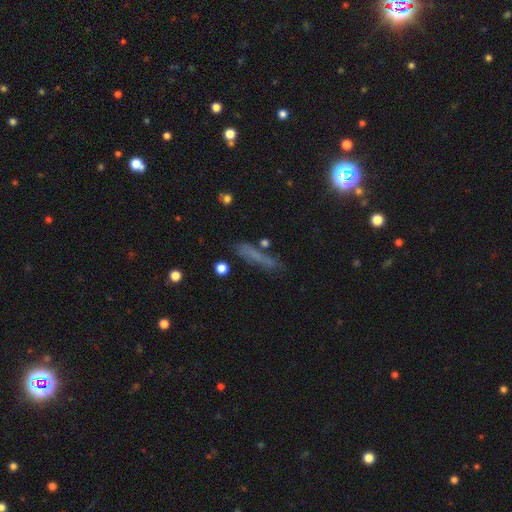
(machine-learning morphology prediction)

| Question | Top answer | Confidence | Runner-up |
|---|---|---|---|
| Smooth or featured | smooth | 53% | featured or disk (27%) |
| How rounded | cigar-shaped | 82% | in between (13%) |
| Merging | none | 71% | minor disturbance (17%) |